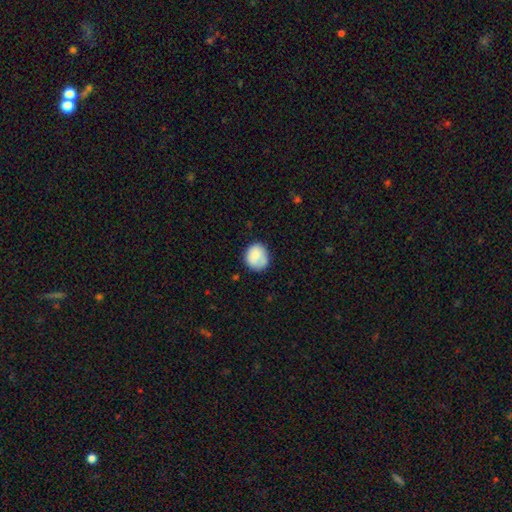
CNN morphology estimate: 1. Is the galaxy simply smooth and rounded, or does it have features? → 81% smooth, 12% featured or disk, 8% star or artifact.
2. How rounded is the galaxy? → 79% round, 20% in between, 1% cigar-shaped.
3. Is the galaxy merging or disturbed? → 73% none, 20% minor disturbance, 5% major disturbance, 3% merger.